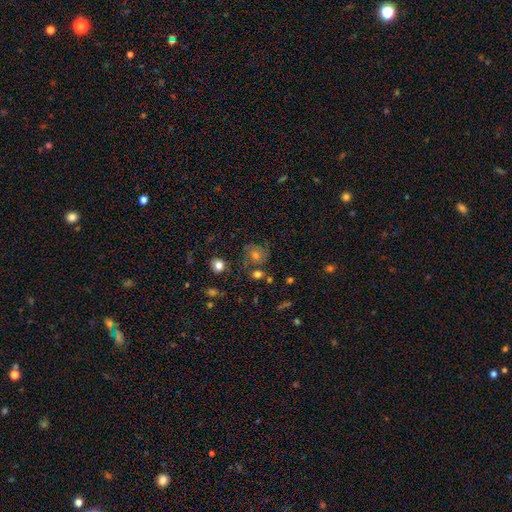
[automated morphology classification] Smooth or featured?
  - featured or disk: 41% *
  - smooth: 37%
  - star or artifact: 21%
Merging?
  - none: 64% *
  - minor disturbance: 17%
  - major disturbance: 10%
  - merger: 8%